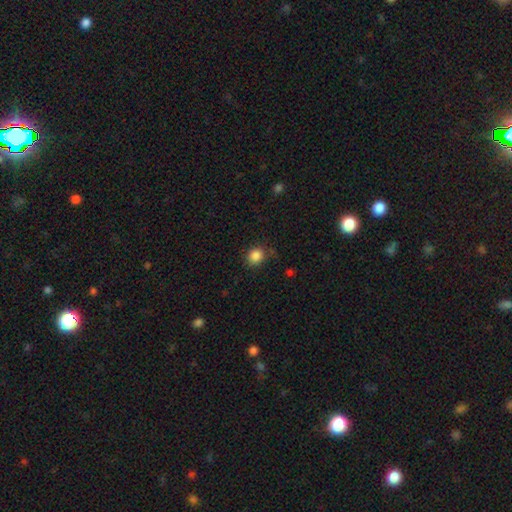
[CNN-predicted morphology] This appears to be a smooth galaxy with no disk features (85%) that is round (76%). Merging: none (75%).